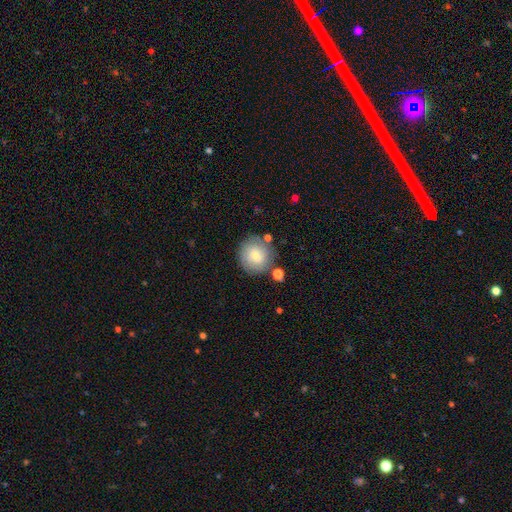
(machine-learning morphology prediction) The model was most divided on "smooth or featured": smooth: 65%, featured or disk: 27%, star or artifact: 8%. More confident: how rounded — round (91%); merging — none (76%).